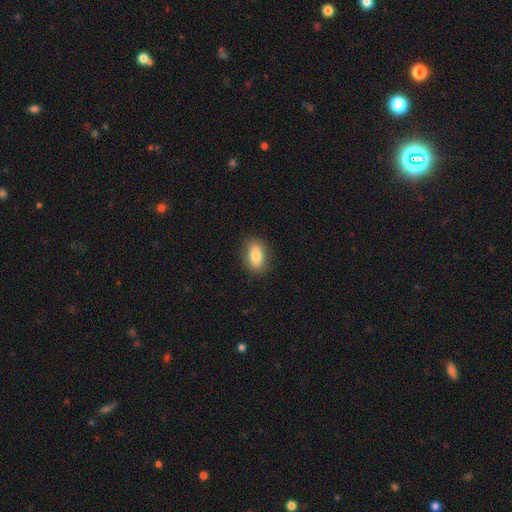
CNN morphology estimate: Q: Smooth or featured?
A: smooth (82%); runner-up: featured or disk (10%)
Q: How rounded?
A: in between (86%); runner-up: round (10%)
Q: Merging?
A: none (86%); runner-up: minor disturbance (10%)